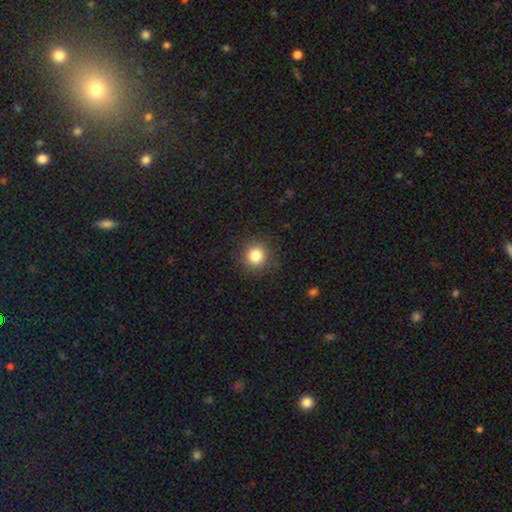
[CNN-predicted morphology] smooth-or-featured: smooth: 83% | star or artifact: 11% | featured or disk: 5%
  how-rounded: round: 93% | in between: 6% | cigar-shaped: 1%
  merging: none: 90% | minor disturbance: 6% | major disturbance: 2% | merger: 1%